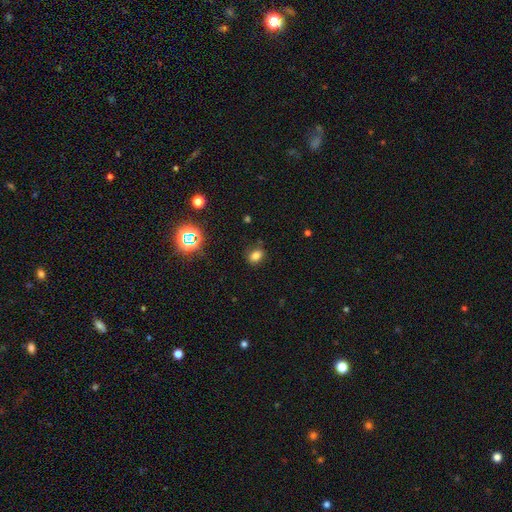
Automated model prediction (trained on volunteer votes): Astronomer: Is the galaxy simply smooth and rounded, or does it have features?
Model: smooth — 76%.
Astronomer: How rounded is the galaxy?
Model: in between — 65%.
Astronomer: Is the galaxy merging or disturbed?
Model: none — 80%.